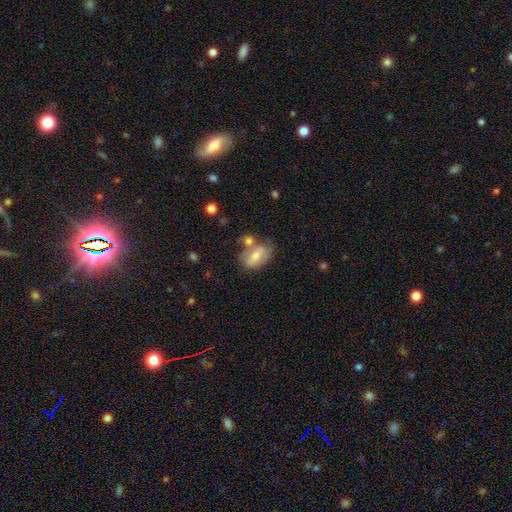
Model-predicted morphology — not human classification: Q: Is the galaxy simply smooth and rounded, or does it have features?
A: smooth — 57%.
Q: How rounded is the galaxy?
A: in between — 83%.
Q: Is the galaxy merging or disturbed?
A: none — 52%.